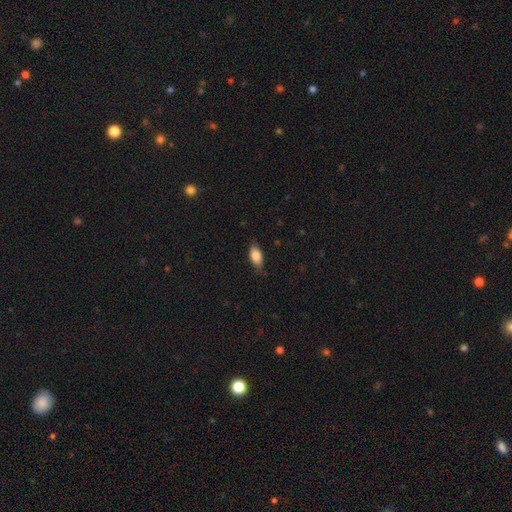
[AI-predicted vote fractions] The model was most divided on "merging": none: 76%, minor disturbance: 19%, major disturbance: 3%, merger: 1%. More confident: how rounded — in between (88%); smooth or featured — smooth (83%).